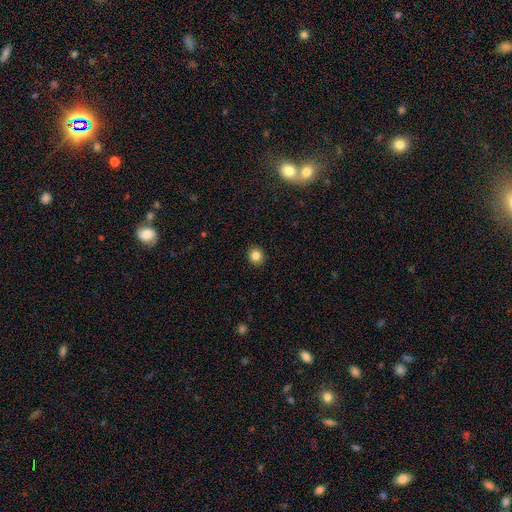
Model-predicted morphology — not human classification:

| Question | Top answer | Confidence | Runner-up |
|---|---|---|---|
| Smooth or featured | smooth | 83% | star or artifact (11%) |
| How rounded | round | 86% | in between (14%) |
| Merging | none | 92% | minor disturbance (6%) |